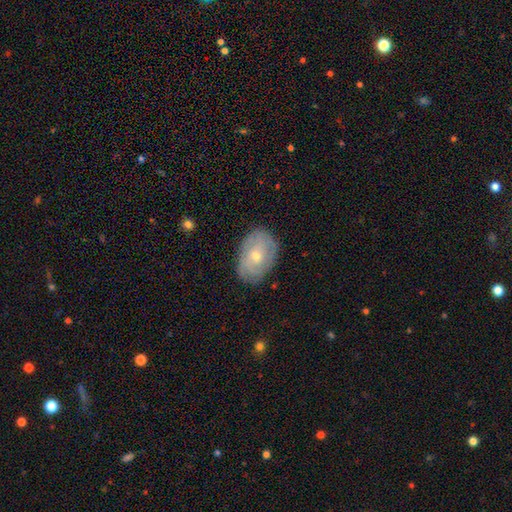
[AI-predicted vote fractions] Smooth or featured? Predicted: featured or disk (p=0.63). Edge-on disk? Predicted: no (p=0.95). Bar? Predicted: no (p=0.73). Spiral arms? Predicted: yes (p=0.78). Bulge size? Predicted: small (p=0.52). Merging? Predicted: none (p=0.80).